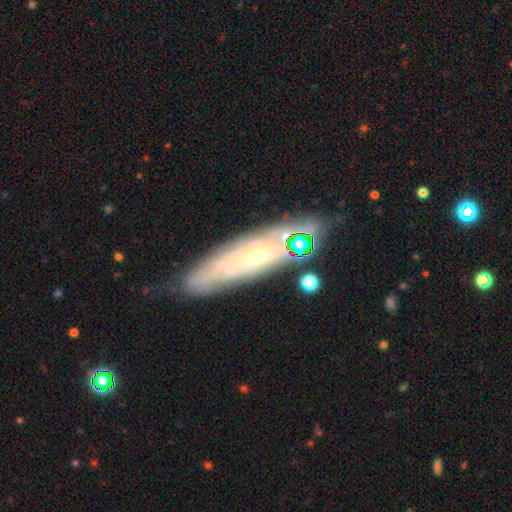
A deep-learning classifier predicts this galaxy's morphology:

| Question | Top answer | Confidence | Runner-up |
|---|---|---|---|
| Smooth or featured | featured or disk | 67% | smooth (23%) |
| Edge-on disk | no | 65% | yes (35%) |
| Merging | none | 68% | minor disturbance (20%) |